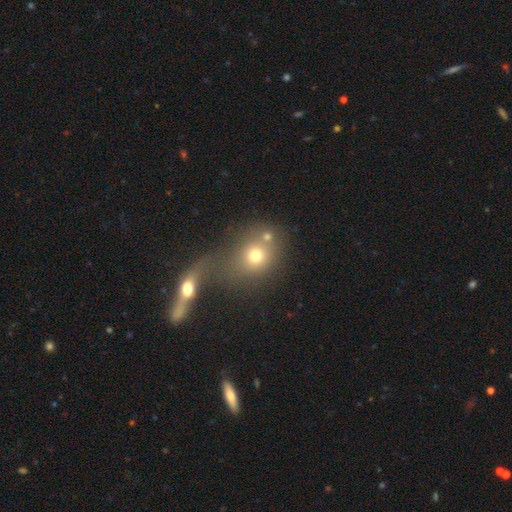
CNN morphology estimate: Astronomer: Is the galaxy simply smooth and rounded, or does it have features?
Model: smooth — 68%.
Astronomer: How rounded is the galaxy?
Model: round — 65%.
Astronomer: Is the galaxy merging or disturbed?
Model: merger — 57%.